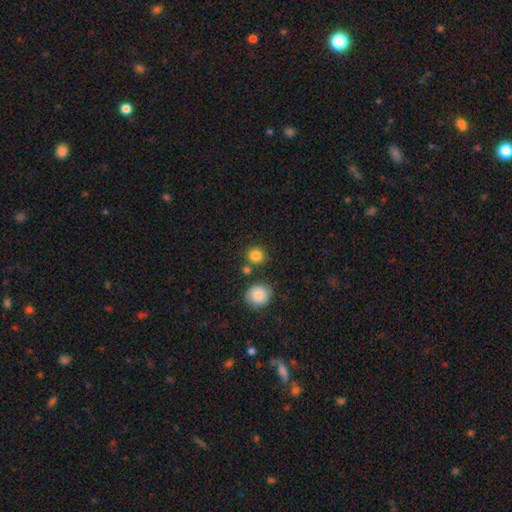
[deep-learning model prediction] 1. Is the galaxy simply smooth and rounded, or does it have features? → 84% smooth, 10% star or artifact, 5% featured or disk.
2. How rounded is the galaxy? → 87% round, 12% in between, 1% cigar-shaped.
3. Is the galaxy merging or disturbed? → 77% none, 11% merger, 9% minor disturbance, 3% major disturbance.